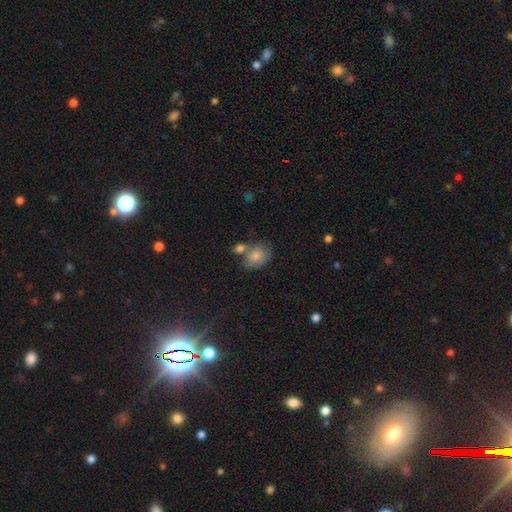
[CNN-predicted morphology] Overall: smooth (80%). How rounded: in between (70%). Merging: none (45%; merger 29%).